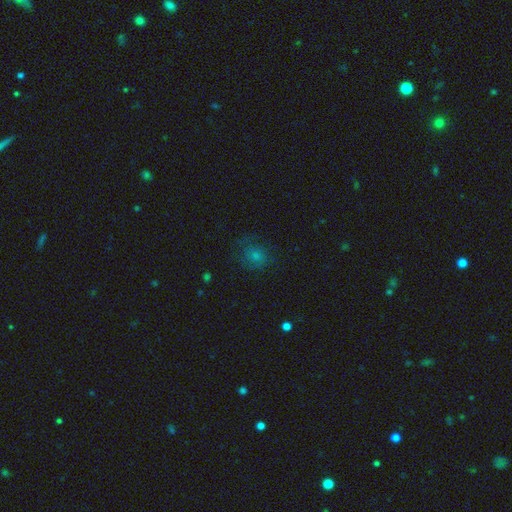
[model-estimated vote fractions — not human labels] smooth_or_featured: smooth (p=0.55) [alt: star or artifact p=0.30]
how_rounded: round (p=0.76) [alt: in between p=0.23]
merging: none (p=0.75) [alt: minor disturbance p=0.16]